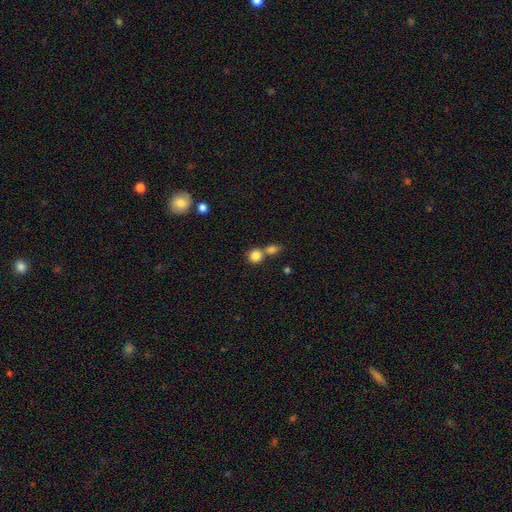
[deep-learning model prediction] A smooth galaxy with no disk features (84%) that is round (84%).

Vote fractions:
- Smooth or featured? smooth: 84% / star or artifact: 9% / featured or disk: 7%
- How rounded? round: 84% / in between: 15% / cigar-shaped: 1%
- Merging? merger: 46% / none: 43% / minor disturbance: 7% / major disturbance: 3%